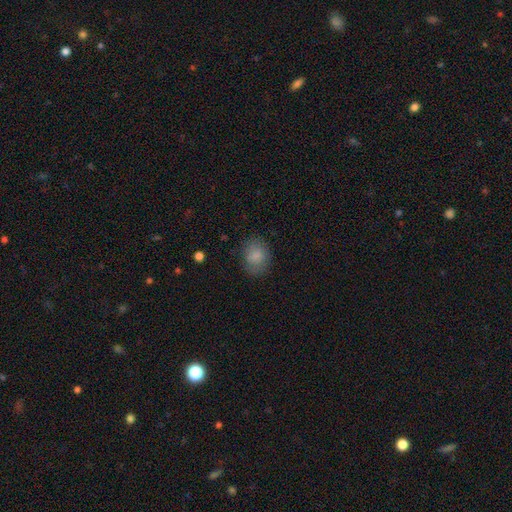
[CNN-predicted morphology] smooth-or-featured: smooth: 82% | featured or disk: 9% | star or artifact: 8%
  how-rounded: in between: 50% | round: 49% | cigar-shaped: 1%
  merging: none: 75% | minor disturbance: 17% | major disturbance: 6% | merger: 1%